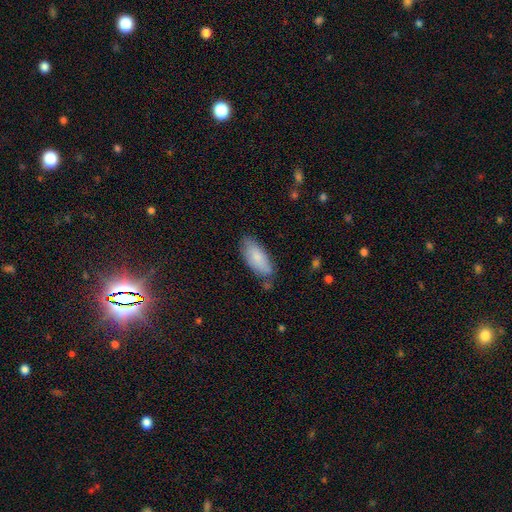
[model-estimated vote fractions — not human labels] Smooth or featured? smooth (83%)
How rounded? in between (83%)
Merging? none (71%)